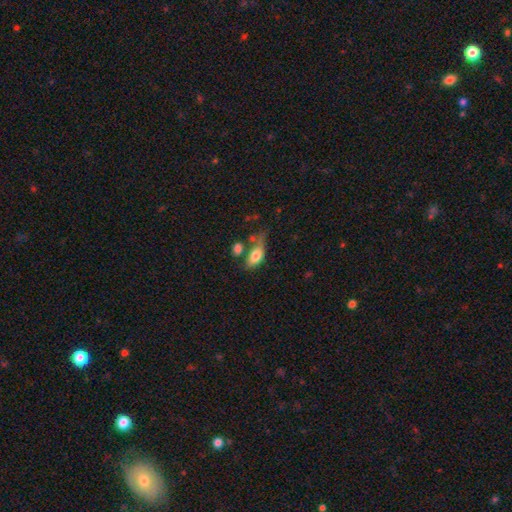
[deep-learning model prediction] Smooth or featured: smooth — 74% (featured or disk — 18%)
How rounded: in between — 84% (cigar-shaped — 10%)
Merging: none — 35% (minor disturbance — 27%)